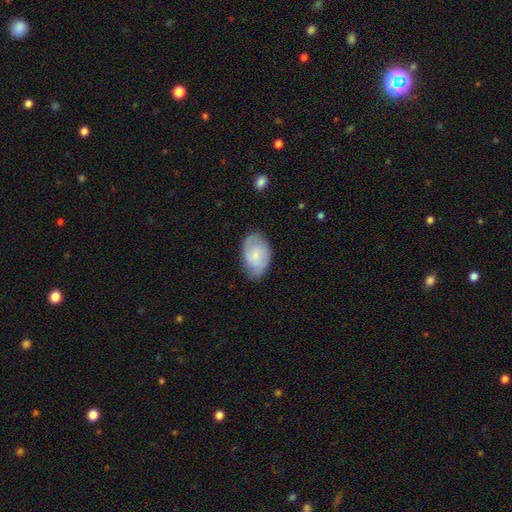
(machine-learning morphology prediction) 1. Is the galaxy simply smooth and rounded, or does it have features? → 66% smooth, 28% featured or disk, 7% star or artifact.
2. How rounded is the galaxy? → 89% in between, 10% round, 1% cigar-shaped.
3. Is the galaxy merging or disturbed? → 70% none, 23% minor disturbance, 5% major disturbance, 1% merger.